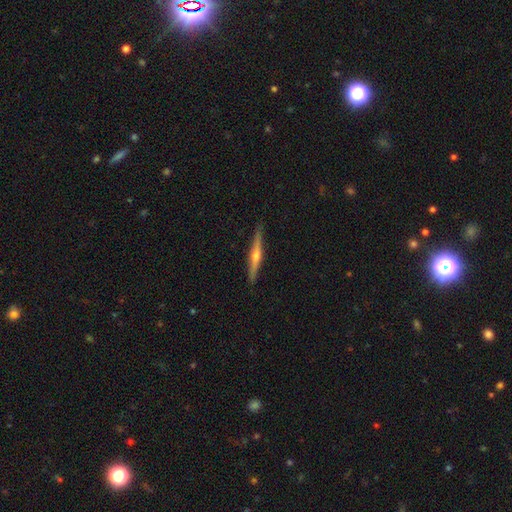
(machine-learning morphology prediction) Smooth or featured? Predicted: featured or disk (p=0.76). Edge-on disk? Predicted: yes (p=0.98). Edge-on bulge? Predicted: rounded (p=0.89). Merging? Predicted: none (p=0.91).